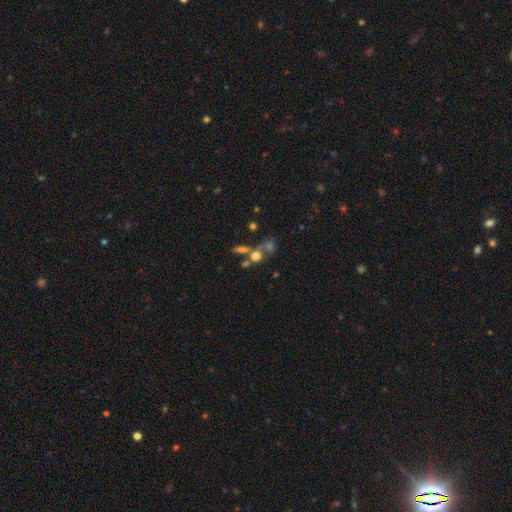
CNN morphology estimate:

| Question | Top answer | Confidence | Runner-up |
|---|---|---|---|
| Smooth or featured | smooth | 60% | featured or disk (21%) |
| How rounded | round | 60% | in between (32%) |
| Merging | merger | 43% | none (37%) |